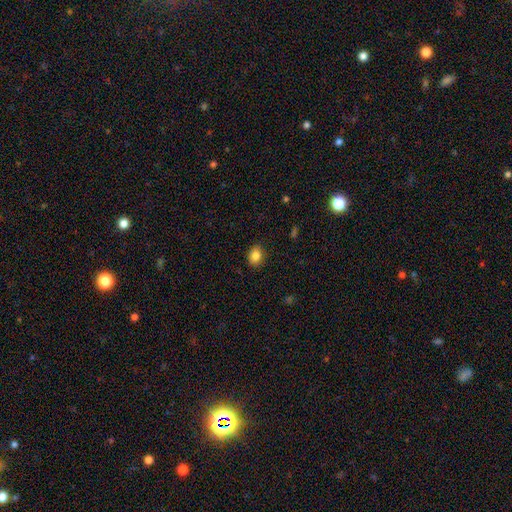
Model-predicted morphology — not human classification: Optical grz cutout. It shows a smooth galaxy with no disk features (84%) that is in between round and cigar-shaped (59%). Merging: none (86%).